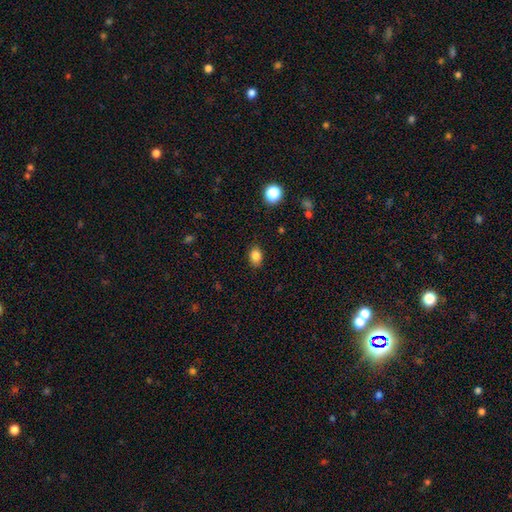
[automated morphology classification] This appears to be a smooth galaxy with no disk features (84%) that is in between round and cigar-shaped (69%). Merging: none (86%).